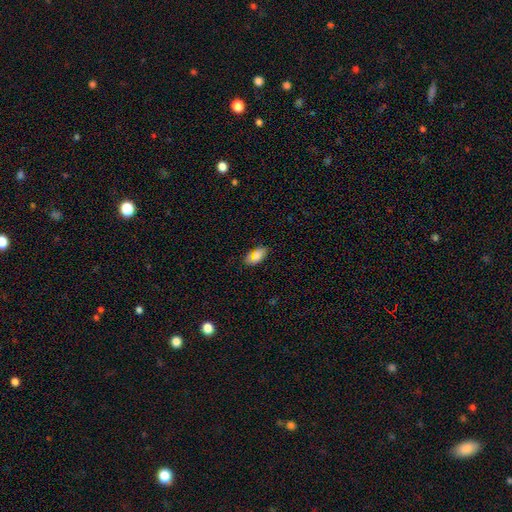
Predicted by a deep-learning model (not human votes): Overall: smooth (72%). How rounded: in between (92%). Merging: none (82%).